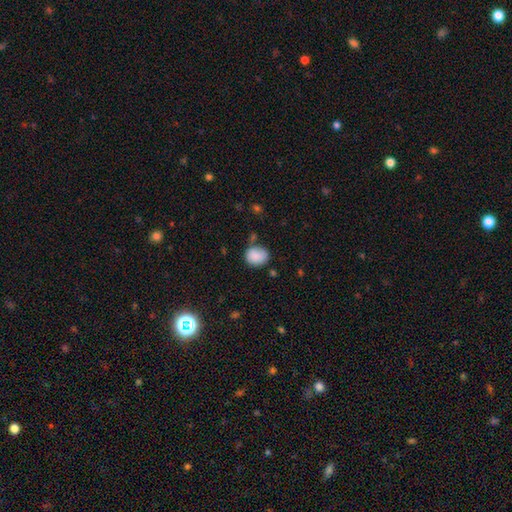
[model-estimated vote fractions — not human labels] Smooth or featured: smooth — 87% (star or artifact — 8%)
How rounded: round — 60% (in between — 39%)
Merging: none — 68% (minor disturbance — 20%)